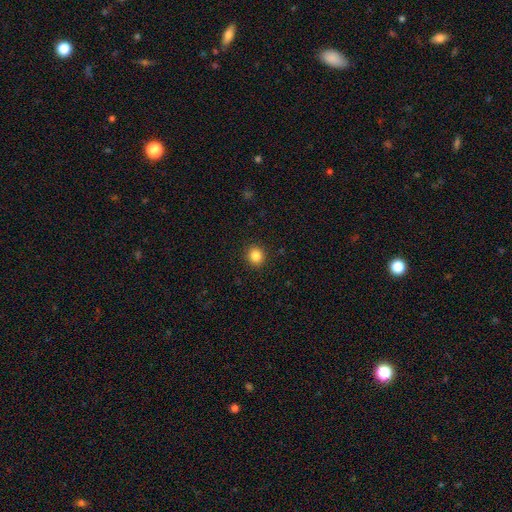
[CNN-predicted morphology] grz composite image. It shows a smooth galaxy with no disk features (85%) that is round (86%). Merging: none (92%).